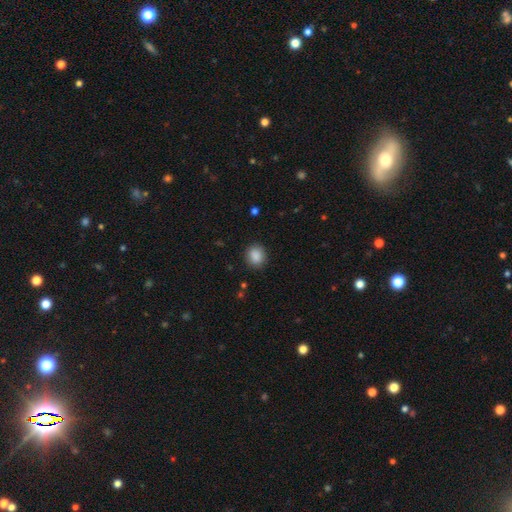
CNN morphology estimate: This is clearly a smooth galaxy (88%). How rounded: likely round (62%). Merging: clearly none (85%).